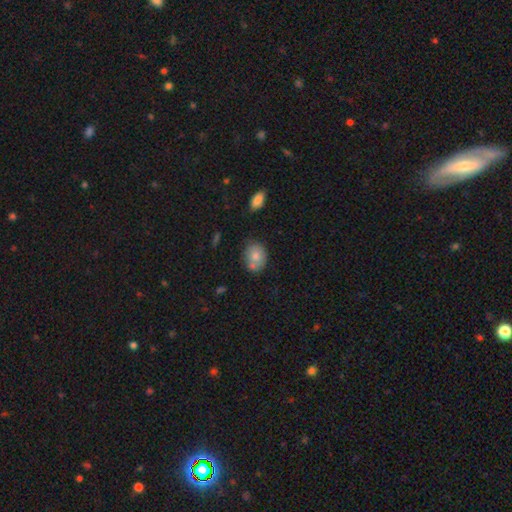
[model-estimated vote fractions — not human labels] Overall: smooth (75%). How rounded: in between (54%; round 45%). Merging: none (54%; merger 21%).